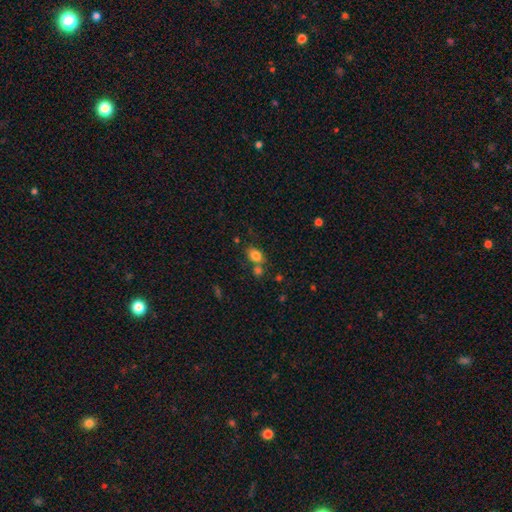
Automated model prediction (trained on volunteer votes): This is clearly a smooth galaxy (81%). How rounded: likely in between (77%). Merging: possibly none (59%).